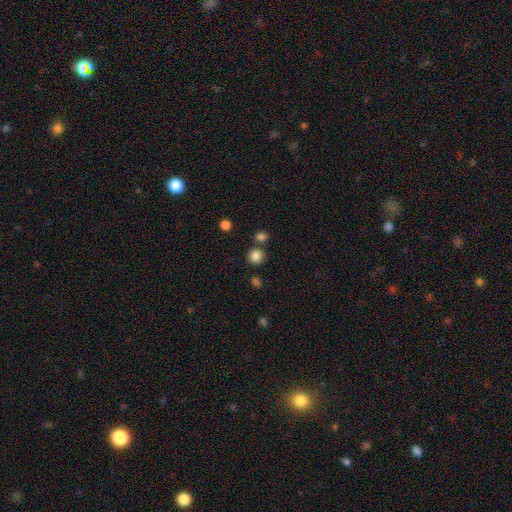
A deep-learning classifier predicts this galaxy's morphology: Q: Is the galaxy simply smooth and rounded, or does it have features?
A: smooth — 85%.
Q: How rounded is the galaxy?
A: round — 90%.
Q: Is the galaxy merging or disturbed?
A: none — 77%.